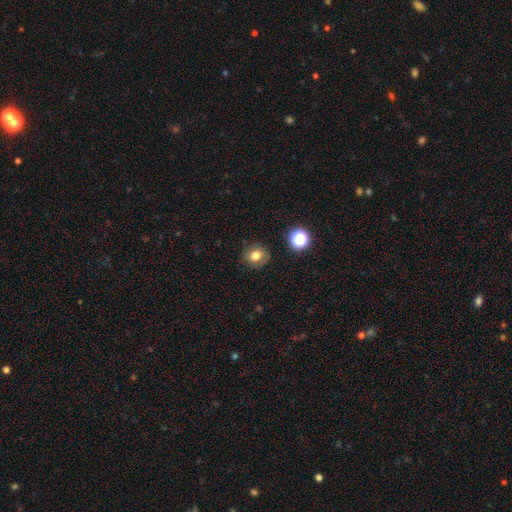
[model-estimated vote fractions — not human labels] smooth 77%, star or artifact 13%, featured or disk 10%. Down the decision tree: how rounded — round (80%); merging — none (86%).